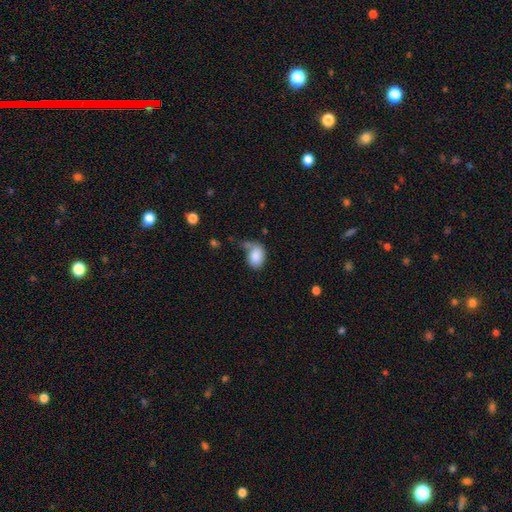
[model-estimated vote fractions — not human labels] smooth_or_featured: smooth (p=0.86) [alt: star or artifact p=0.08]
how_rounded: in between (p=0.75) [alt: round p=0.23]
merging: none (p=0.44) [alt: minor disturbance p=0.28]